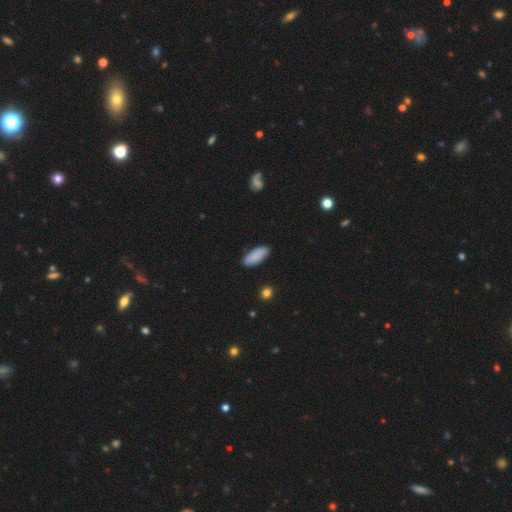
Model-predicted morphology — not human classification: The model was most divided on "how rounded": in between: 82%, cigar-shaped: 16%, round: 2%. More confident: smooth or featured — smooth (87%); merging — none (85%).